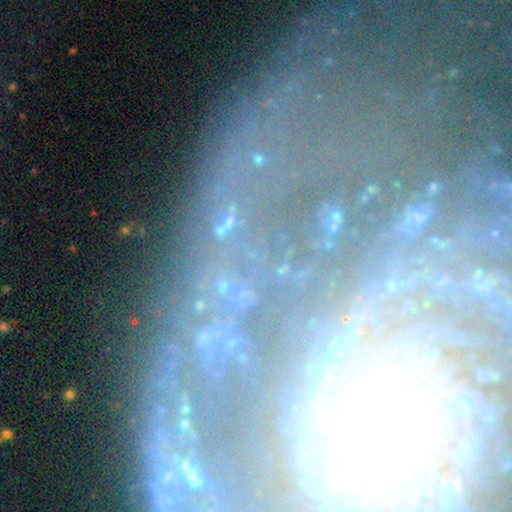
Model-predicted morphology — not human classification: Smooth or featured? star or artifact (52%)